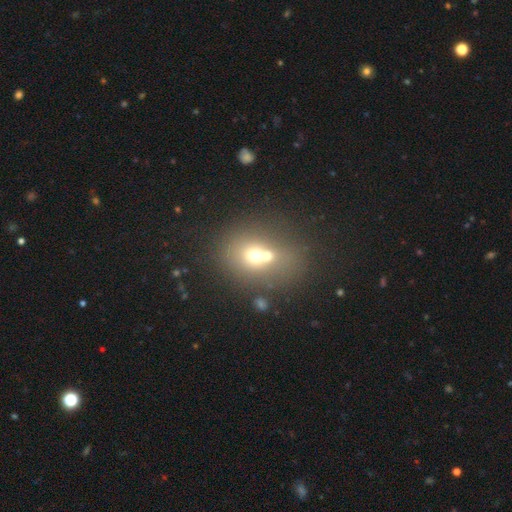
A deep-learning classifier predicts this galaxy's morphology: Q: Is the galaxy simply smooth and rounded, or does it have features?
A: smooth — 61%.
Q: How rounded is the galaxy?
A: round — 65%.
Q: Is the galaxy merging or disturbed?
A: merger — 57%.